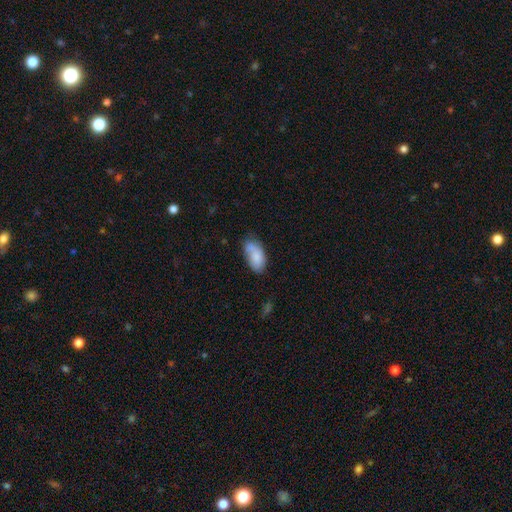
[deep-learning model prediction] smooth-or-featured: smooth: 78% | featured or disk: 15% | star or artifact: 7%
  how-rounded: in between: 93% | cigar-shaped: 3% | round: 3%
  merging: none: 52% | minor disturbance: 28% | merger: 11% | major disturbance: 8%